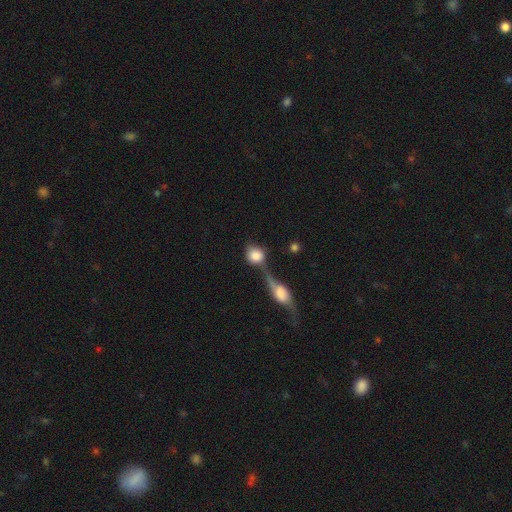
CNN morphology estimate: Smooth or featured?
  - smooth: 78% *
  - featured or disk: 14%
  - star or artifact: 8%
How rounded?
  - round: 72% *
  - in between: 24%
  - cigar-shaped: 4%
Merging?
  - merger: 52% *
  - none: 29%
  - minor disturbance: 10%
  - major disturbance: 9%